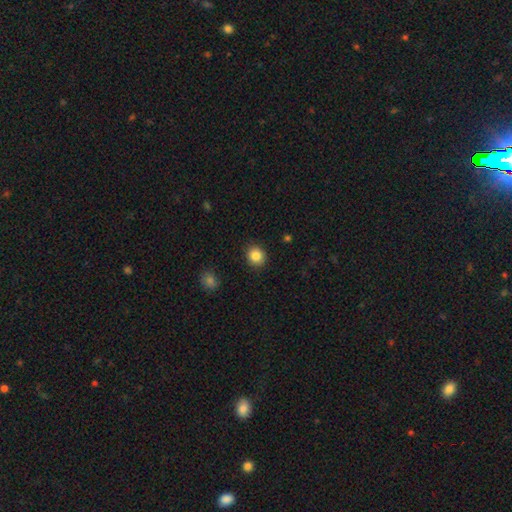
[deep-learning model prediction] Q: Smooth or featured?
A: smooth (86%); runner-up: star or artifact (10%)
Q: How rounded?
A: round (80%); runner-up: in between (19%)
Q: Merging?
A: none (90%); runner-up: minor disturbance (7%)